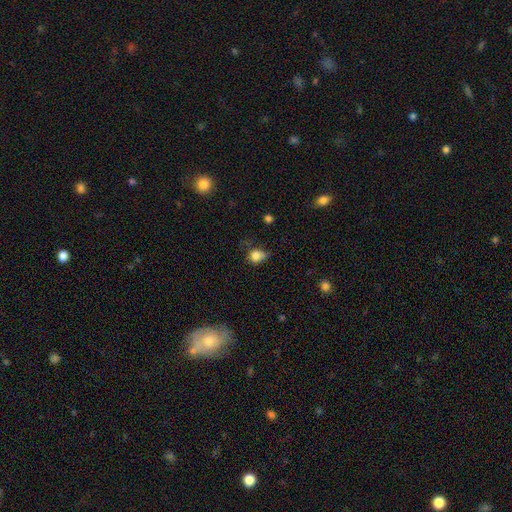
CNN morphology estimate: smooth 80%, star or artifact 11%, featured or disk 9%. Down the decision tree: how rounded — round (61%); merging — none (40%).